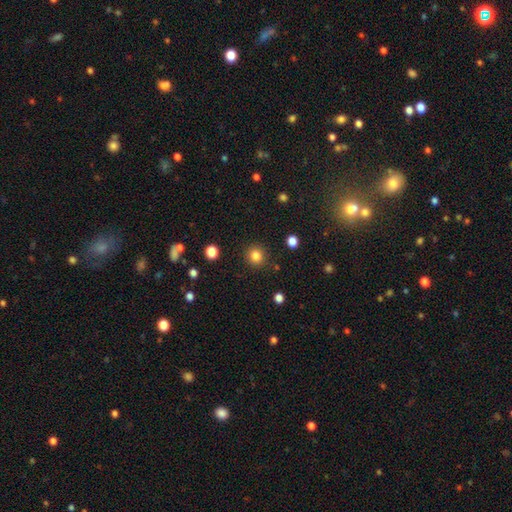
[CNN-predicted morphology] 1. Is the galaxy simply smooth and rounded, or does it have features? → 83% smooth, 12% star or artifact, 5% featured or disk.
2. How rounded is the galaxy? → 92% round, 7% in between, 1% cigar-shaped.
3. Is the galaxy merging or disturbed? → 90% none, 6% minor disturbance, 2% major disturbance, 2% merger.